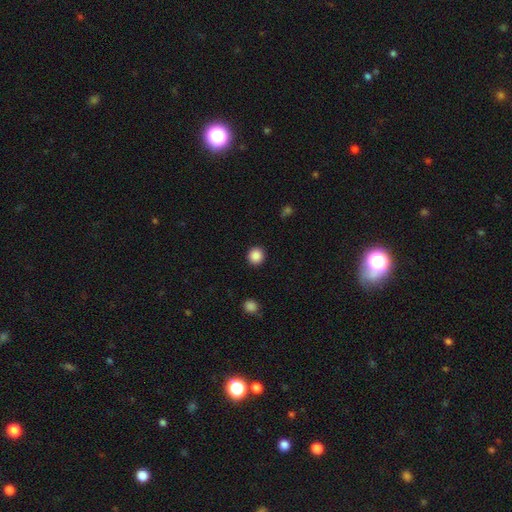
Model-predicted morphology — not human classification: A smooth galaxy with no disk features (88%) that is round (94%).

Vote fractions:
- Smooth or featured? smooth: 88% / star or artifact: 10% / featured or disk: 2%
- How rounded? round: 94% / in between: 5% / cigar-shaped: 1%
- Merging? none: 93% / minor disturbance: 4% / major disturbance: 2% / merger: 1%